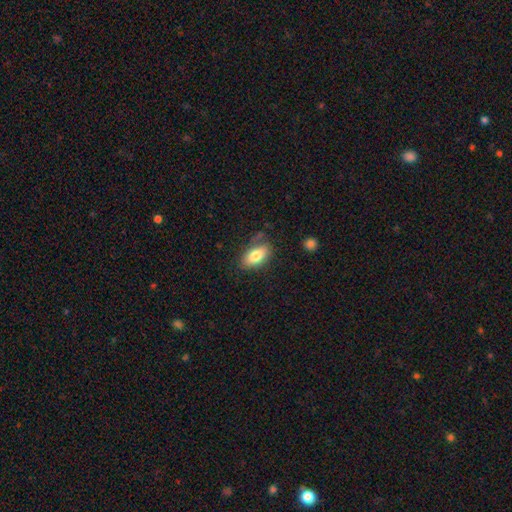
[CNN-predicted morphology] A smooth galaxy with no disk features (79%) that is in between round and cigar-shaped (91%).

Vote fractions:
- Smooth or featured? smooth: 79% / featured or disk: 14% / star or artifact: 7%
- How rounded? in between: 91% / cigar-shaped: 5% / round: 4%
- Merging? none: 71% / minor disturbance: 19% / major disturbance: 6% / merger: 3%